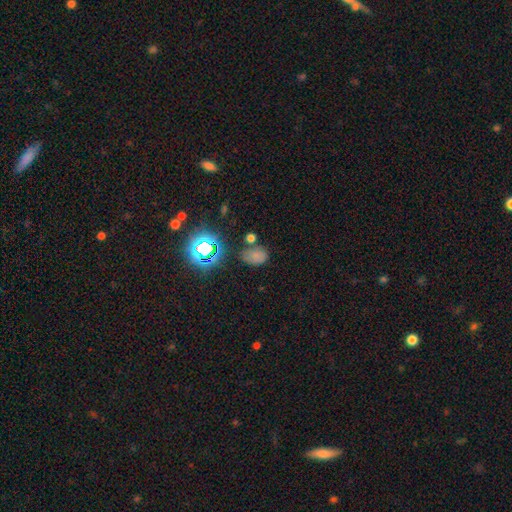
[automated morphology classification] Smooth or featured? smooth (64%)
How rounded? in between (76%)
Merging? none (58%)